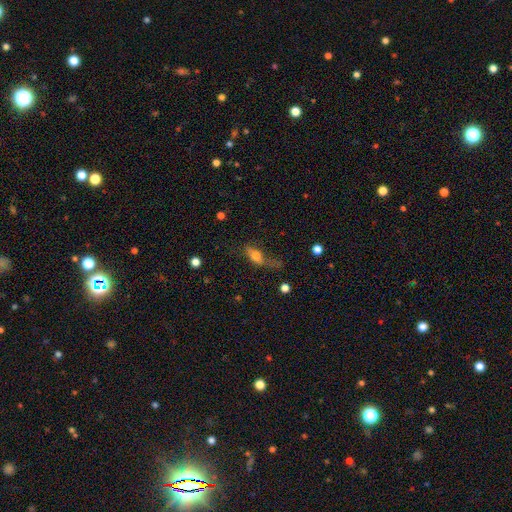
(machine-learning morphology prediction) Smooth or featured?
  - smooth: 58% *
  - featured or disk: 31%
  - star or artifact: 11%
How rounded?
  - in between: 65% *
  - cigar-shaped: 25%
  - round: 10%
Merging?
  - major disturbance: 38% *
  - none: 31%
  - minor disturbance: 25%
  - merger: 6%